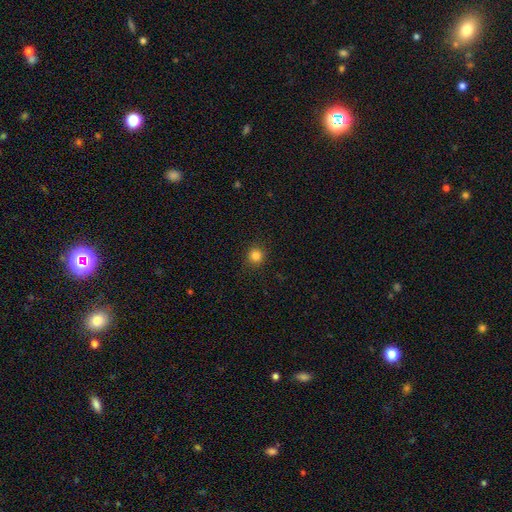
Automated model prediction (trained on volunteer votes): Overall: smooth (84%). How rounded: round (94%). Merging: none (91%).